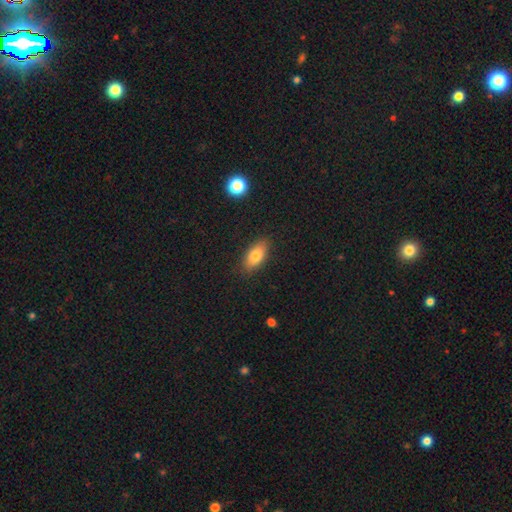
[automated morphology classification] Q: Smooth or featured?
A: smooth (78%); runner-up: featured or disk (14%)
Q: How rounded?
A: in between (86%); runner-up: cigar-shaped (10%)
Q: Merging?
A: none (87%); runner-up: minor disturbance (9%)